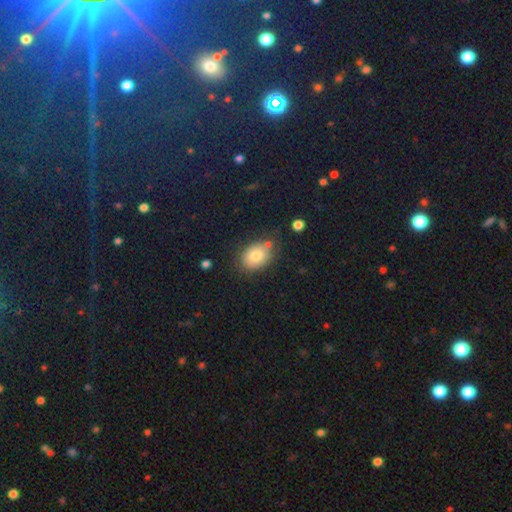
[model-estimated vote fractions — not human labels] This is likely a smooth galaxy (79%). How rounded: likely in between (67%). Merging: likely none (72%).